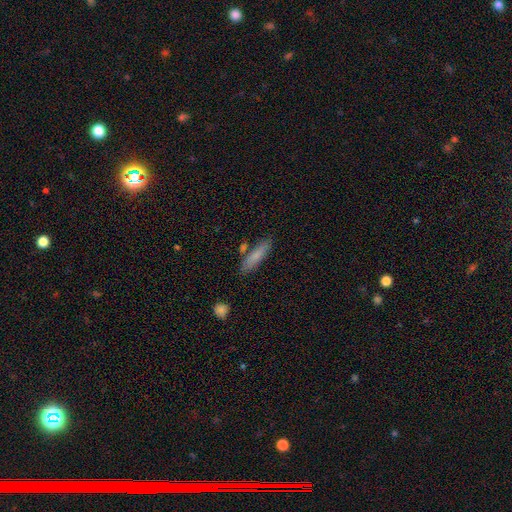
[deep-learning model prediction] This is likely a smooth galaxy (79%). How rounded: likely cigar-shaped (75%). Merging: likely none (80%).